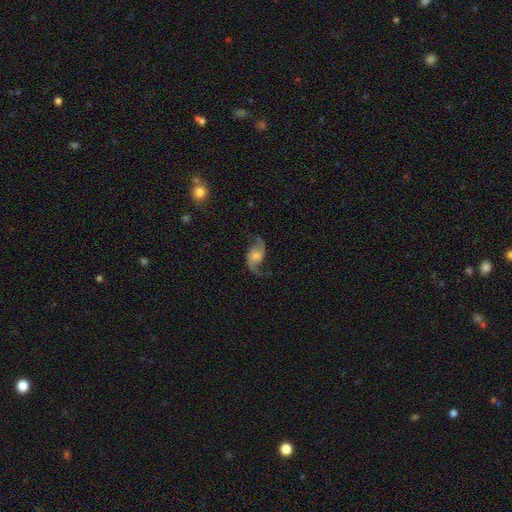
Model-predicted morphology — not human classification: smooth-or-featured: featured or disk: 85% | smooth: 9% | star or artifact: 6%
  disk-edge-on: no: 97% | yes: 3%
    bar: no: 61% | weak: 32% | strong: 7%
    has-spiral-arms: yes: 96% | no: 4%
      spiral-winding: loose: 75% | medium: 21% | tight: 4%
      spiral-arm-count: 2: 92% | 1: 3% | can't tell: 2% | 3: 1% | 4: 1% | more than 4: 1%
    bulge-size: moderate: 36% | small: 31% | none: 16% | large: 14% | dominant: 3%
  merging: none: 73% | minor disturbance: 15% | major disturbance: 10% | merger: 2%